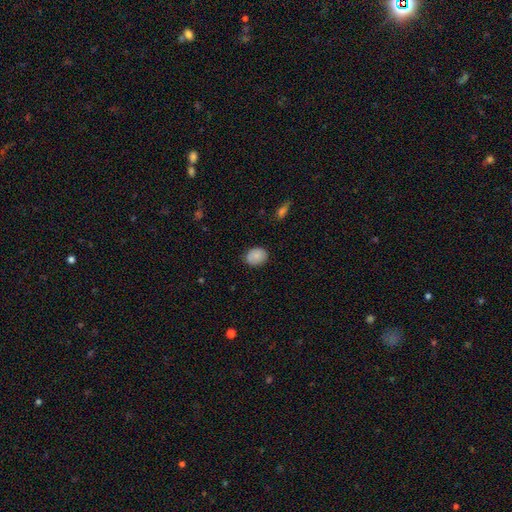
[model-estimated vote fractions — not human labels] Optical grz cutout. It shows a smooth galaxy with no disk features (86%) that is in between round and cigar-shaped (57%). Merging: none (82%).